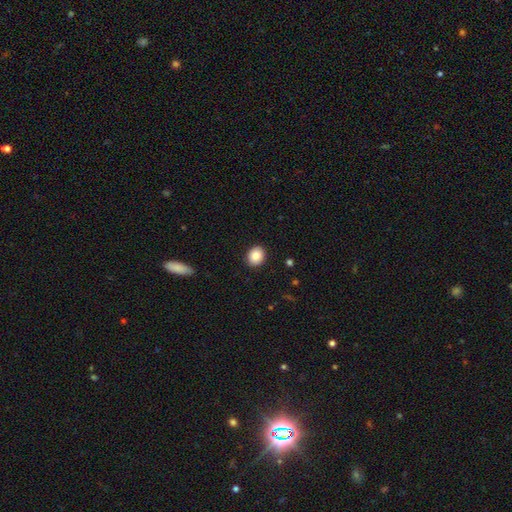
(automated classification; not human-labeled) smooth_or_featured: smooth (p=0.84) [alt: star or artifact p=0.08]
how_rounded: round (p=0.62) [alt: in between p=0.37]
merging: none (p=0.91) [alt: minor disturbance p=0.06]